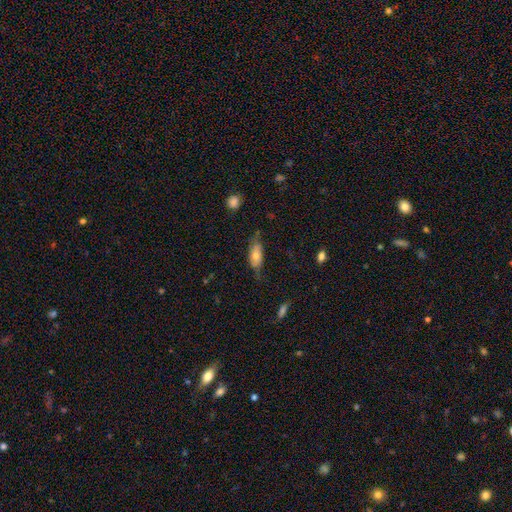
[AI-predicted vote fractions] This appears to be a smooth galaxy with no disk features (65%) that is in between round and cigar-shaped (78%). Merging: none (56%).